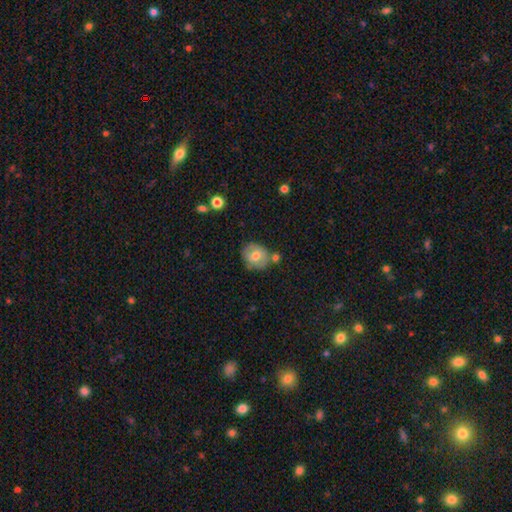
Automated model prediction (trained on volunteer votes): smooth 59%, featured or disk 34%, star or artifact 8%. Down the decision tree: how rounded — round (72%); merging — none (66%).